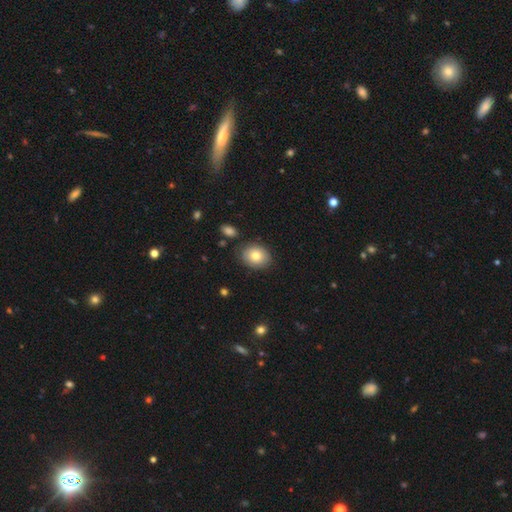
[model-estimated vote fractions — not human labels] A smooth galaxy with no disk features (76%) that is in between round and cigar-shaped (52%).

Vote fractions:
- Smooth or featured? smooth: 76% / featured or disk: 16% / star or artifact: 8%
- How rounded? in between: 52% / round: 47% / cigar-shaped: 1%
- Merging? none: 83% / minor disturbance: 12% / major disturbance: 3% / merger: 2%